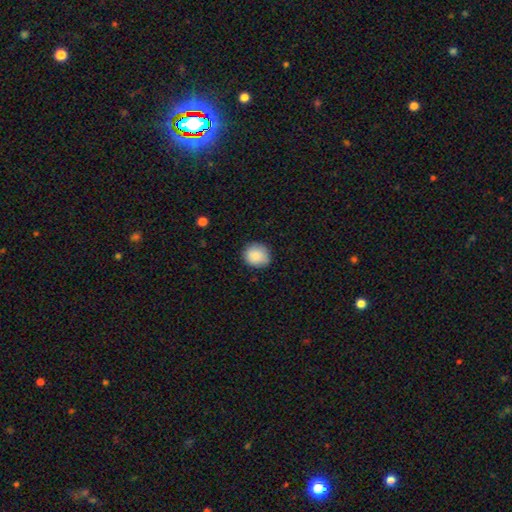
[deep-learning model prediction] Q: Smooth or featured?
A: smooth (88%); runner-up: star or artifact (8%)
Q: How rounded?
A: round (80%); runner-up: in between (19%)
Q: Merging?
A: none (83%); runner-up: minor disturbance (13%)